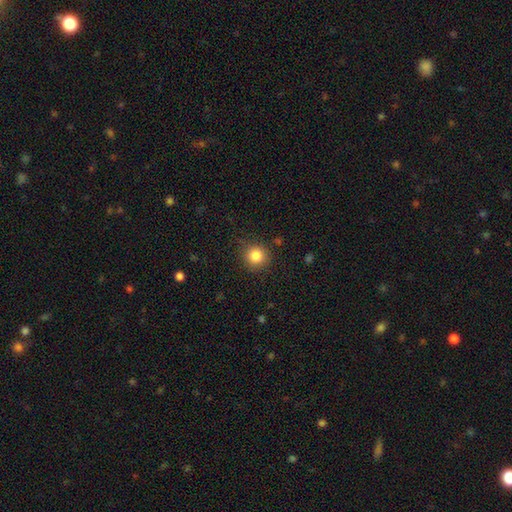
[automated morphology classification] Overall: smooth (84%). How rounded: round (92%). Merging: none (87%).